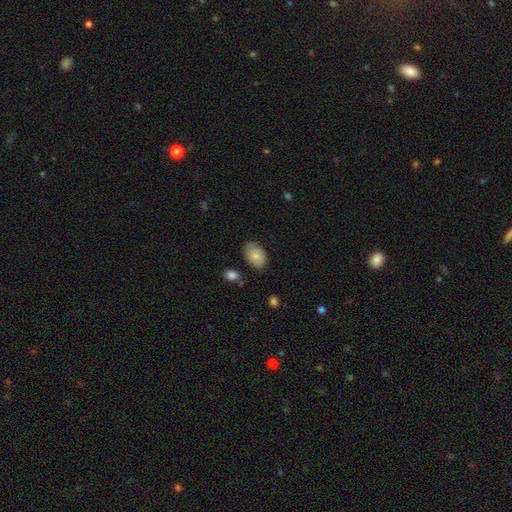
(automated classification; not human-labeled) Smooth or featured? smooth (81%)
How rounded? in between (88%)
Merging? none (75%)